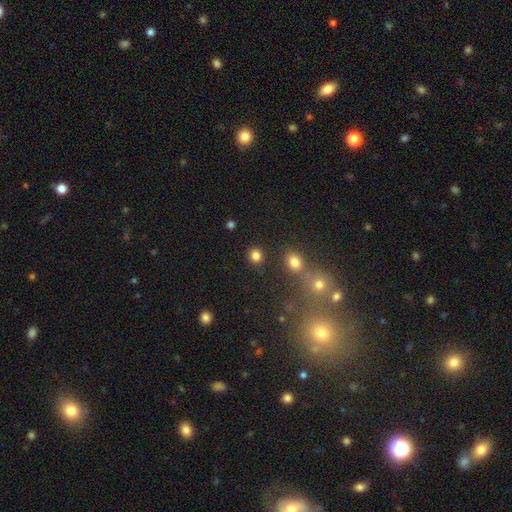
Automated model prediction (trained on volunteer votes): A smooth galaxy with no disk features (82%) that is round (88%).

Vote fractions:
- Smooth or featured? smooth: 82% / star or artifact: 13% / featured or disk: 5%
- How rounded? round: 88% / in between: 11% / cigar-shaped: 1%
- Merging? none: 87% / minor disturbance: 6% / merger: 4% / major disturbance: 3%